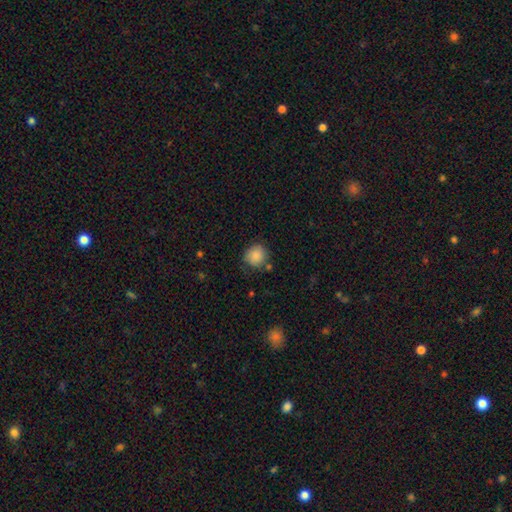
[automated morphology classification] A smooth galaxy with no disk features (87%) that is round (87%). Merging: none (78%).